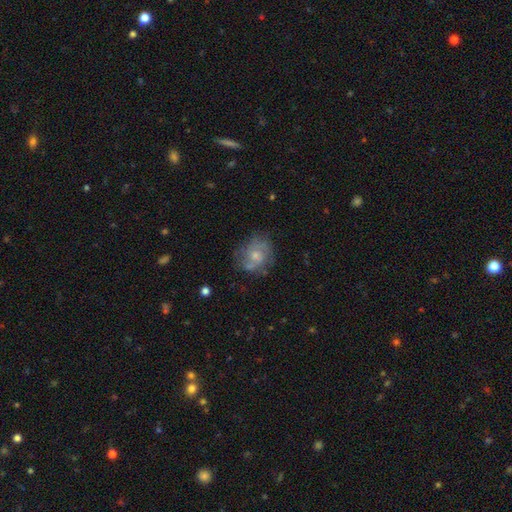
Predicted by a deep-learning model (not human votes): Overall: featured or disk (54%; smooth 37%). Edge-on disk: no (97%). Bar: no (78%). Spiral arms: yes (68%; no 32%). Bulge size: small (48%; moderate 42%). Merging: none (63%).